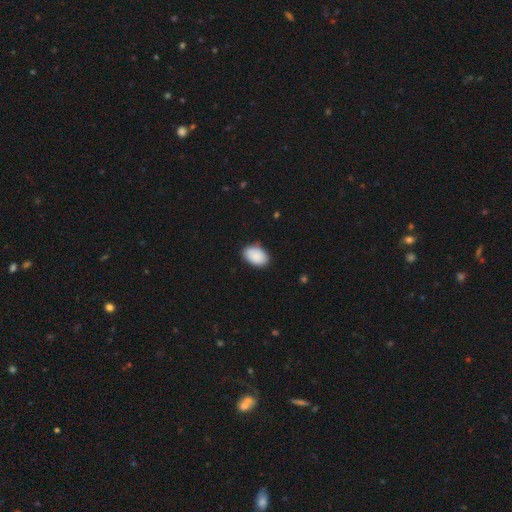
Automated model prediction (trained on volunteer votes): Smooth or featured?
  - smooth: 89% *
  - star or artifact: 6%
  - featured or disk: 5%
How rounded?
  - in between: 89% *
  - round: 10%
  - cigar-shaped: 1%
Merging?
  - none: 84% *
  - minor disturbance: 13%
  - major disturbance: 2%
  - merger: 1%